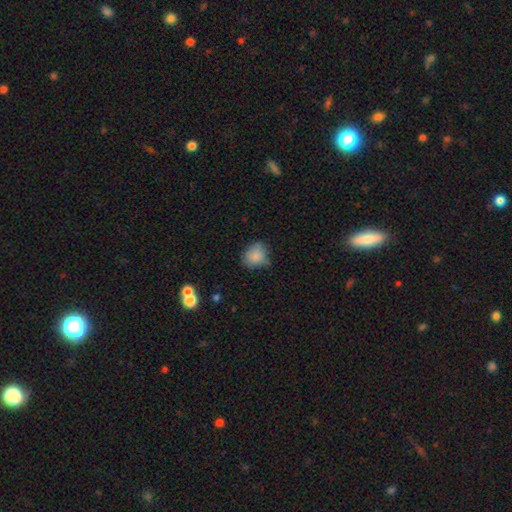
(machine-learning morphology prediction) Smooth or featured? Predicted: smooth (p=0.84). How rounded? Predicted: round (p=0.66). Merging? Predicted: none (p=0.62).